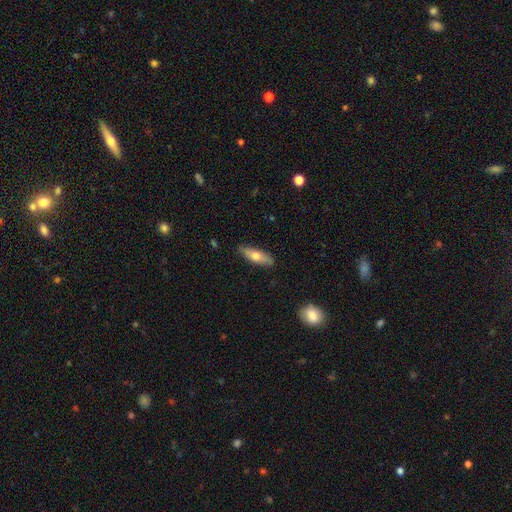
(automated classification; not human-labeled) smooth 63%, featured or disk 31%, star or artifact 6%. Down the decision tree: how rounded — in between (53%); merging — none (84%).